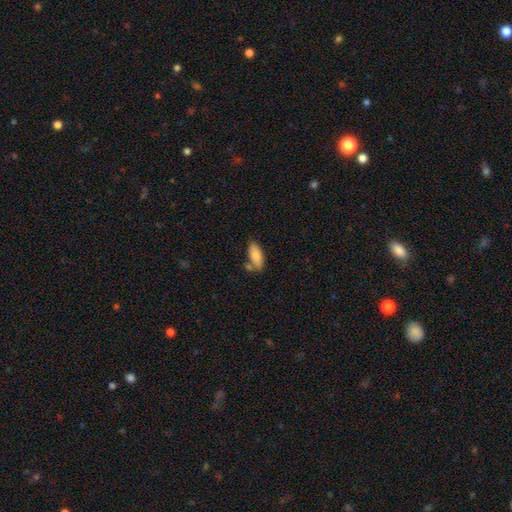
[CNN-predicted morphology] smooth 84%, featured or disk 9%, star or artifact 7%. Down the decision tree: how rounded — in between (79%); merging — none (59%).